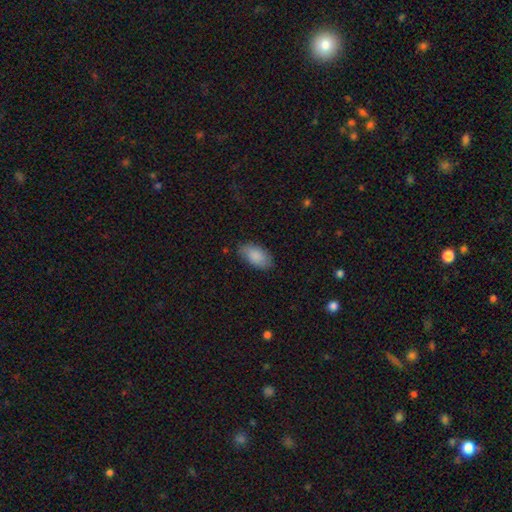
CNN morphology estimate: Smooth or featured: smooth — 86% (featured or disk — 8%)
How rounded: in between — 94% (round — 3%)
Merging: none — 80% (minor disturbance — 15%)